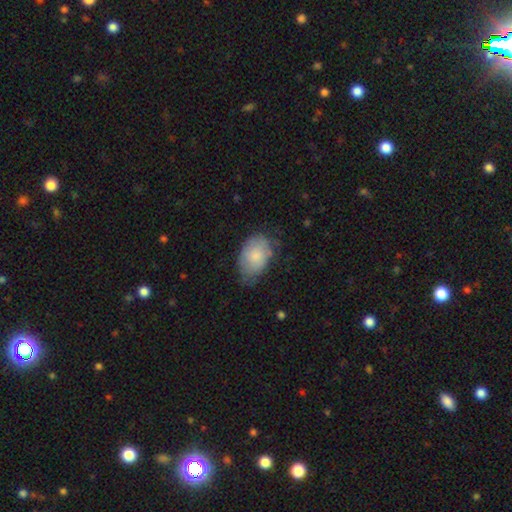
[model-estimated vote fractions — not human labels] A smooth galaxy with no disk features (75%) that is in between round and cigar-shaped (86%). Merging: none (53%).